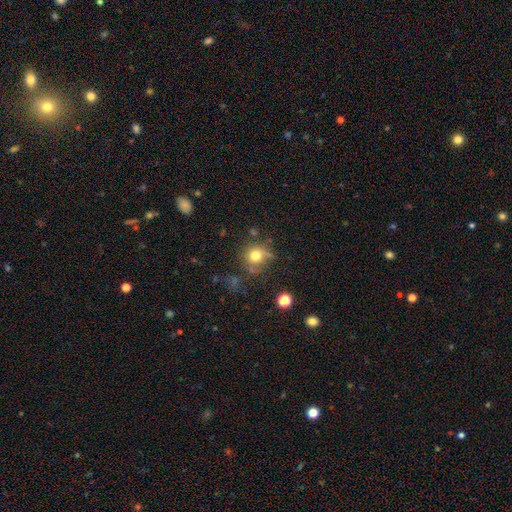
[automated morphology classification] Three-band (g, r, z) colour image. It shows a smooth galaxy with no disk features (73%) that is round (87%). Merging: none (61%).